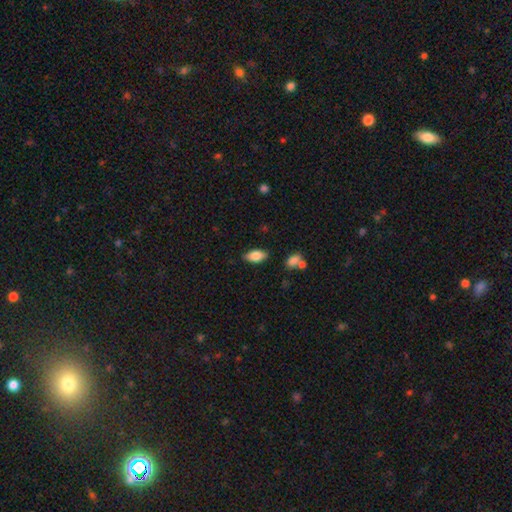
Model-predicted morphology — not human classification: type=smooth (79%); roundness=in between (89%); merging=none (84%).